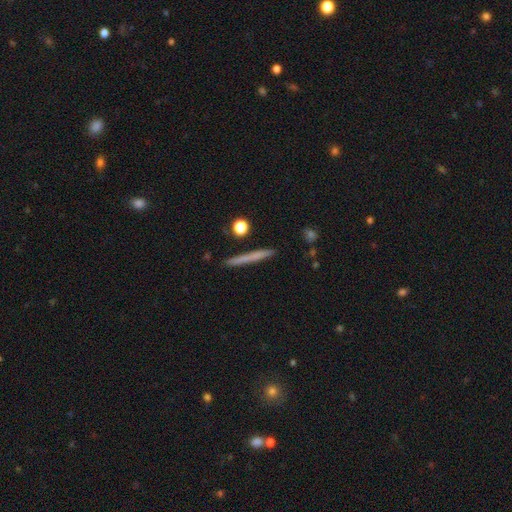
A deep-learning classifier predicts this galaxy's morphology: Smooth or featured: smooth — 58% (featured or disk — 34%)
How rounded: cigar-shaped — 95% (round — 3%)
Merging: none — 90% (minor disturbance — 7%)